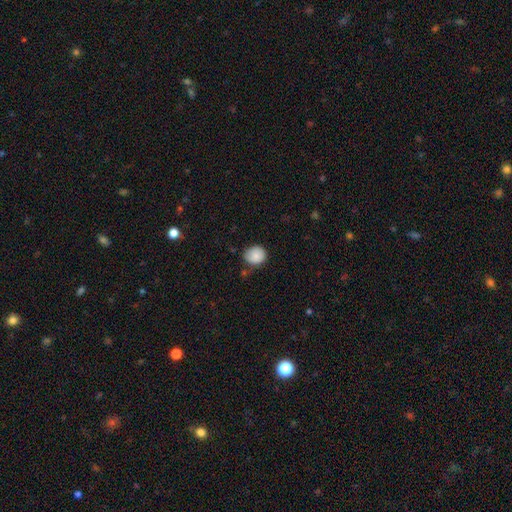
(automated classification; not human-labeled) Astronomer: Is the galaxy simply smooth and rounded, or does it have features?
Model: smooth — 87%.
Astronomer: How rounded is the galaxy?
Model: round — 76%.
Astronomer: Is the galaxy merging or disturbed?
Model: none — 70%.